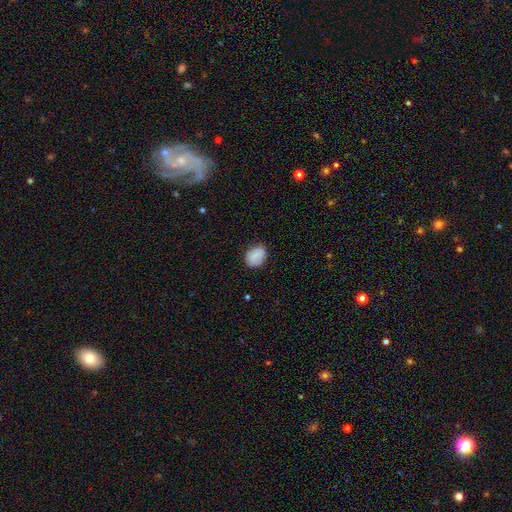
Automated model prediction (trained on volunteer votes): Q: Smooth or featured?
A: smooth (85%); runner-up: featured or disk (8%)
Q: How rounded?
A: in between (59%); runner-up: round (40%)
Q: Merging?
A: none (79%); runner-up: minor disturbance (17%)